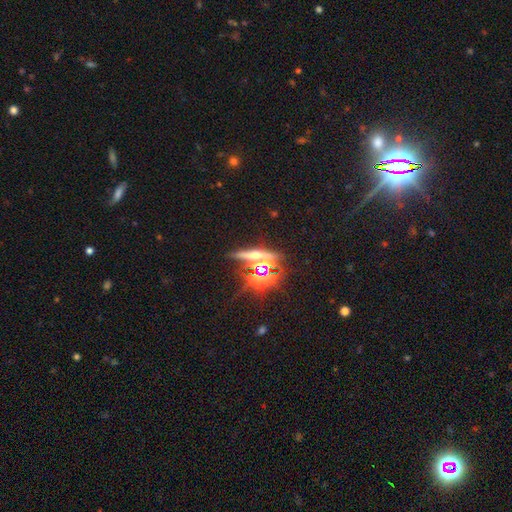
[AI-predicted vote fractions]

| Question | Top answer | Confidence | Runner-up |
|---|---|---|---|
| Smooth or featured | star or artifact | 46% | featured or disk (29%) |